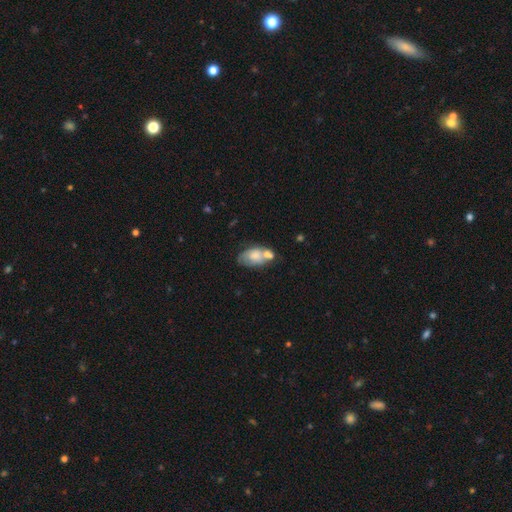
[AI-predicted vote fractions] Smooth or featured: smooth — 62% (featured or disk — 30%)
How rounded: in between — 88% (round — 9%)
Merging: merger — 41% (none — 30%)